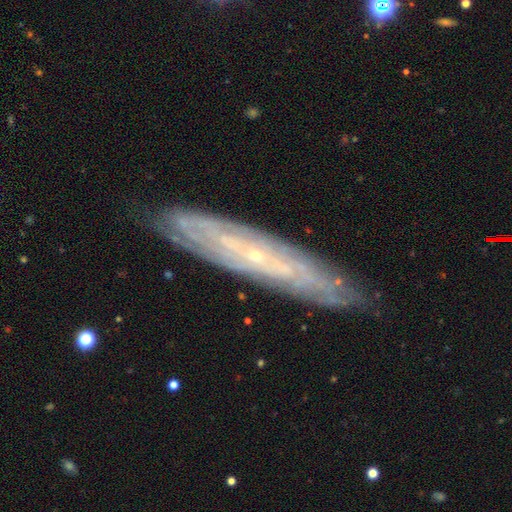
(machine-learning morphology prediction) Overall: featured or disk (81%). Edge-on disk: no (58%; yes 42%). Merging: none (85%).